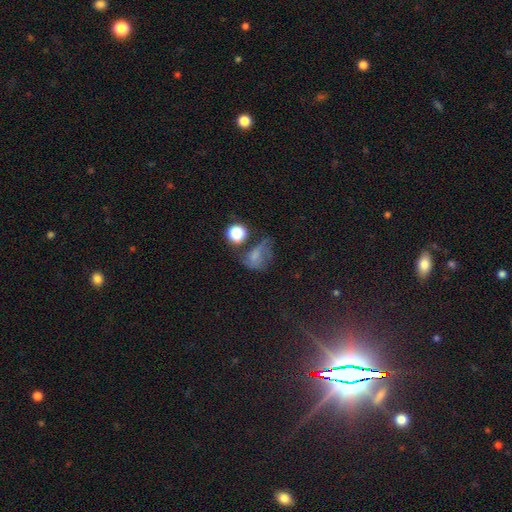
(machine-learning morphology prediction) This is possibly a smooth galaxy (52%). How rounded: possibly round (51%). Merging: marginally major disturbance (35%).